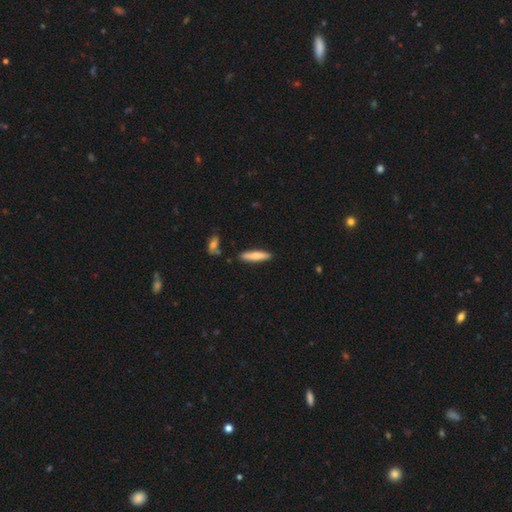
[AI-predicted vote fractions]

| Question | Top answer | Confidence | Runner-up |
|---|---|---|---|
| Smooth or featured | smooth | 71% | featured or disk (23%) |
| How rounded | cigar-shaped | 82% | in between (17%) |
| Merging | none | 86% | minor disturbance (10%) |